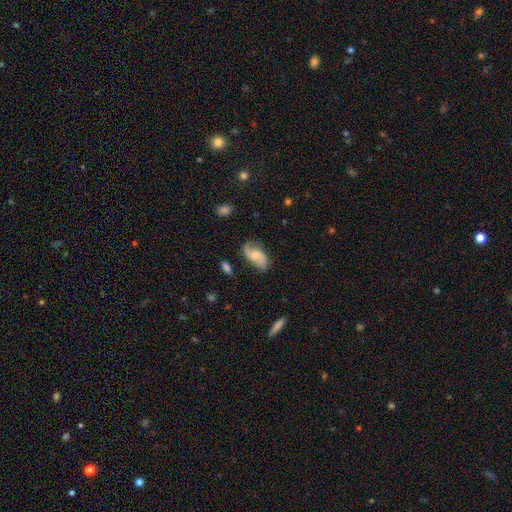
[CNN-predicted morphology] smooth-or-featured: featured or disk: 55% | smooth: 38% | star or artifact: 8%
  disk-edge-on: no: 95% | yes: 5%
    bar: no: 60% | weak: 33% | strong: 6%
    has-spiral-arms: yes: 90% | no: 10%
    bulge-size: small: 40% | moderate: 34% | none: 18% | large: 6% | dominant: 2%
  merging: none: 67% | minor disturbance: 23% | major disturbance: 7% | merger: 2%